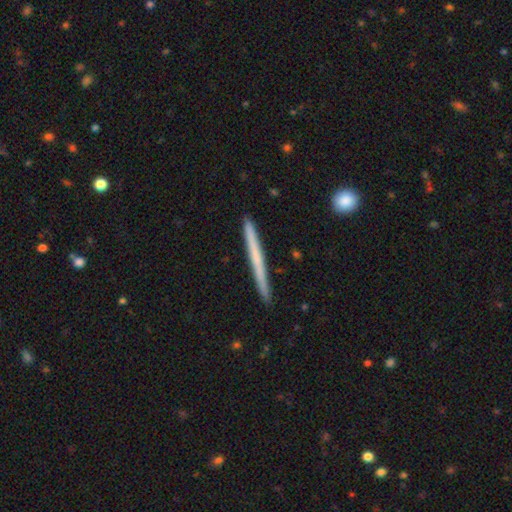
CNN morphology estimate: Q: Smooth or featured?
A: smooth (48%); runner-up: featured or disk (46%)
Q: Merging?
A: none (91%); runner-up: minor disturbance (7%)